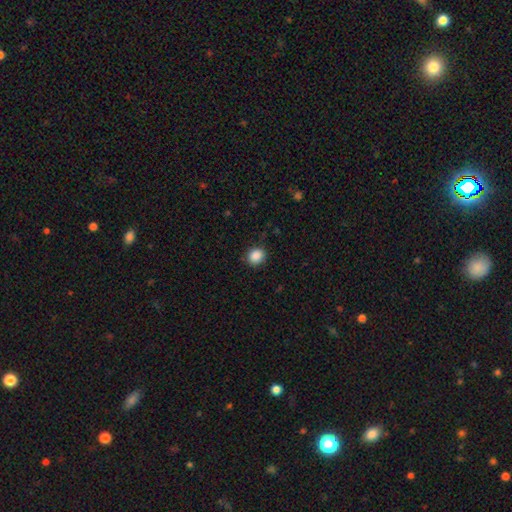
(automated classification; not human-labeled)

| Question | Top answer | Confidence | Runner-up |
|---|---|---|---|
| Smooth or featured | smooth | 88% | star or artifact (9%) |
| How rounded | round | 69% | in between (30%) |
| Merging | none | 86% | minor disturbance (10%) |